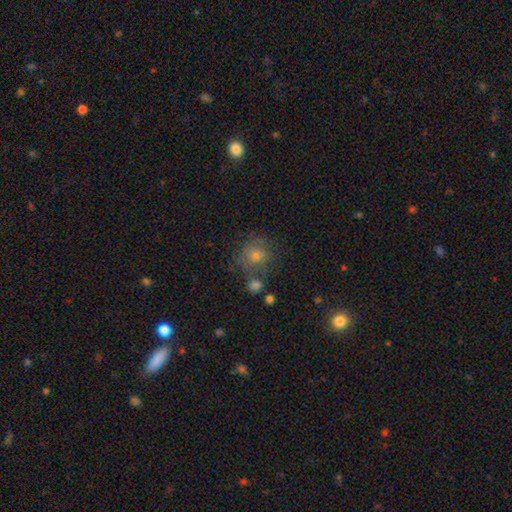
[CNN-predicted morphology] A smooth galaxy with no disk features (59%) that is round (85%). Merging: none (68%).